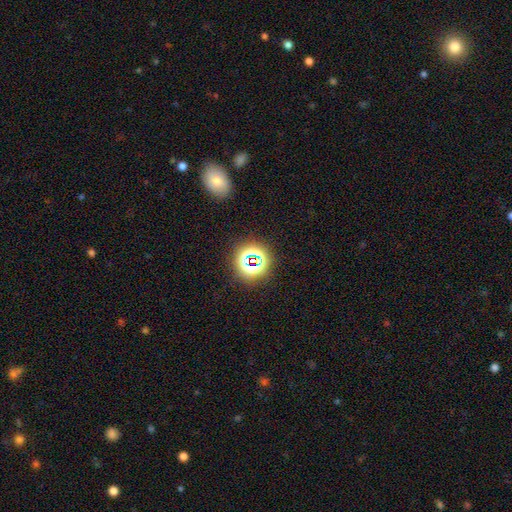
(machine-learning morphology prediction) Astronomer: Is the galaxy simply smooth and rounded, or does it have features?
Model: star or artifact — 66%.